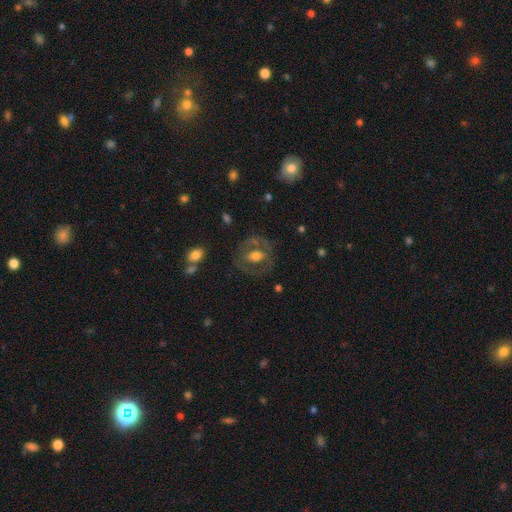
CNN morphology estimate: A featured or disk galaxy (55%) with no bar (52%), no spiral arms (75%) and a moderate central bulge (61%). Merging: none (67%).